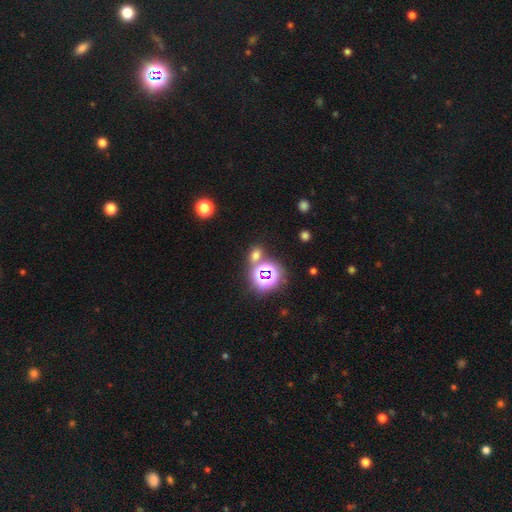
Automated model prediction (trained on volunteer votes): This is possibly a smooth galaxy (52%). How rounded: possibly in between (52%). Merging: likely none (67%).